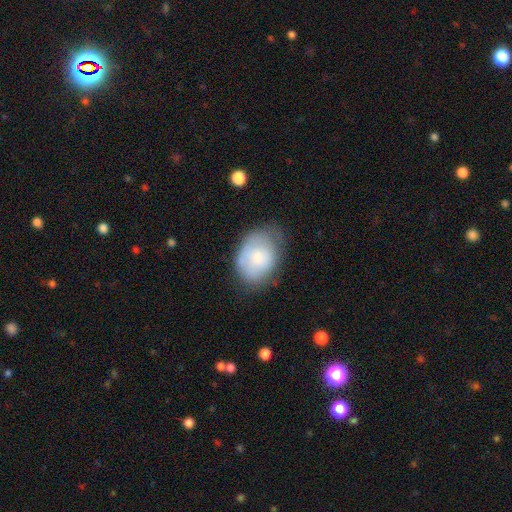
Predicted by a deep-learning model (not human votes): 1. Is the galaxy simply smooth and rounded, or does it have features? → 70% smooth, 22% featured or disk, 8% star or artifact.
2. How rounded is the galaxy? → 72% in between, 28% round, 1% cigar-shaped.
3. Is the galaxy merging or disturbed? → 56% none, 32% minor disturbance, 11% major disturbance, 2% merger.